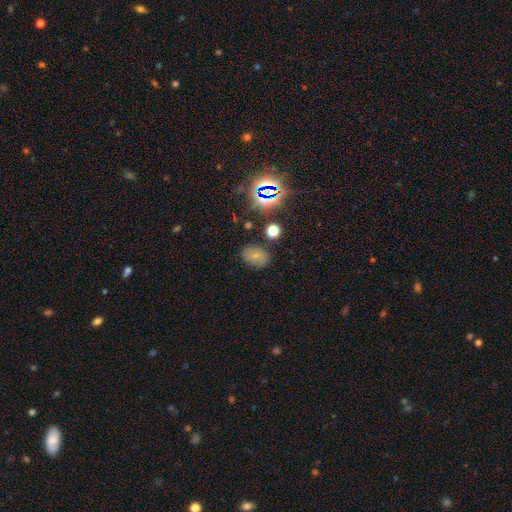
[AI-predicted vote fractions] Smooth or featured? Predicted: smooth (p=0.64). How rounded? Predicted: in between (p=0.66). Merging? Predicted: none (p=0.82).